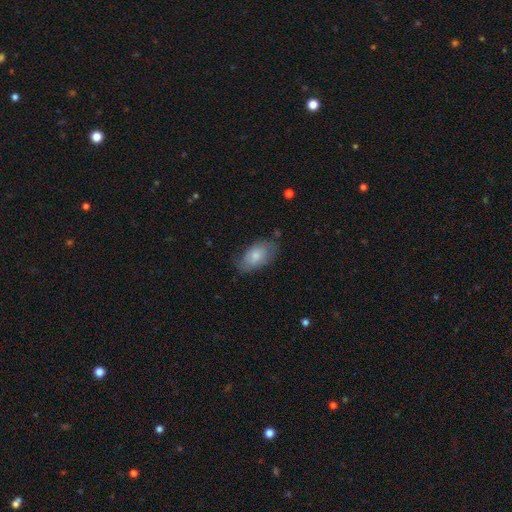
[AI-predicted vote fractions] This is likely a smooth galaxy (72%). How rounded: clearly in between (94%). Merging: likely none (67%).